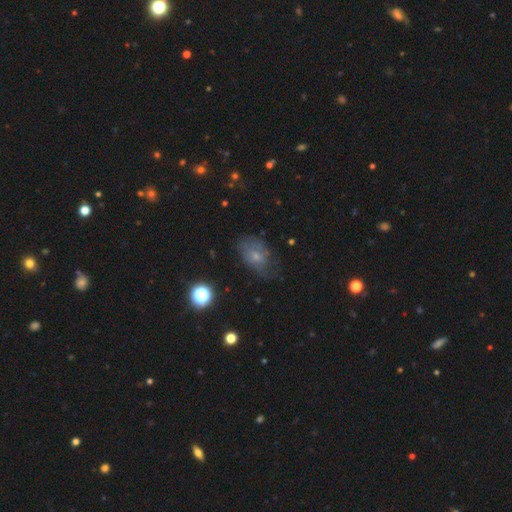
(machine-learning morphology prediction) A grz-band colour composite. It shows a smooth galaxy with no disk features (50%). Merging: none (48%).